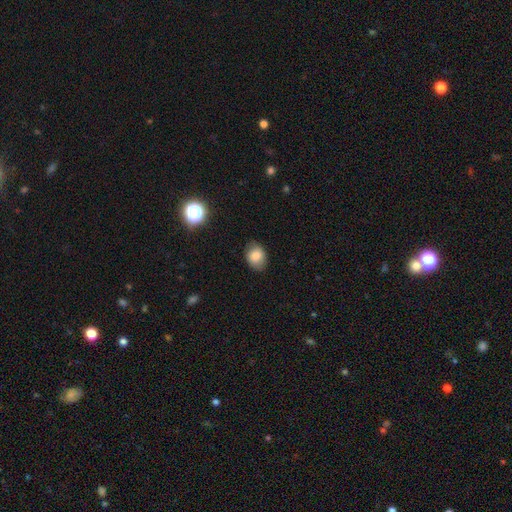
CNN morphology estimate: Smooth or featured? Predicted: smooth (p=0.81). How rounded? Predicted: in between (p=0.62). Merging? Predicted: none (p=0.82).